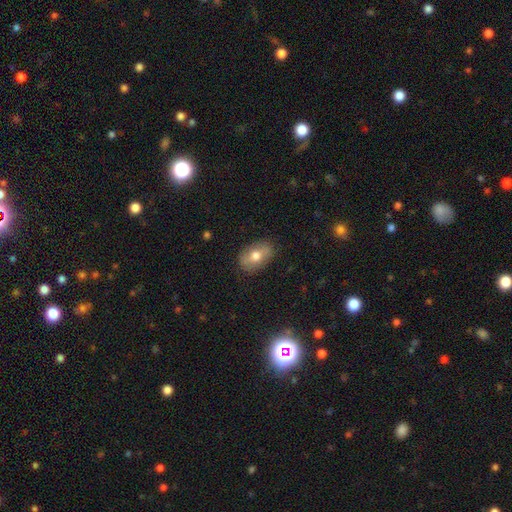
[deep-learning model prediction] A smooth galaxy with no disk features (63%) that is in between round and cigar-shaped (81%). Merging: none (82%).